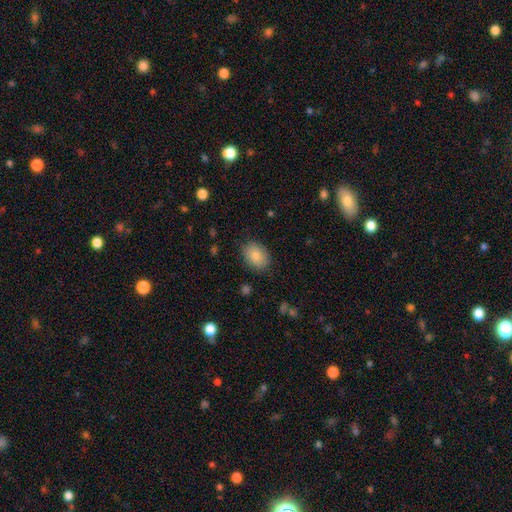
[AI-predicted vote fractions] Q: Smooth or featured?
A: smooth (84%); runner-up: featured or disk (8%)
Q: How rounded?
A: in between (76%); runner-up: round (23%)
Q: Merging?
A: none (84%); runner-up: minor disturbance (12%)